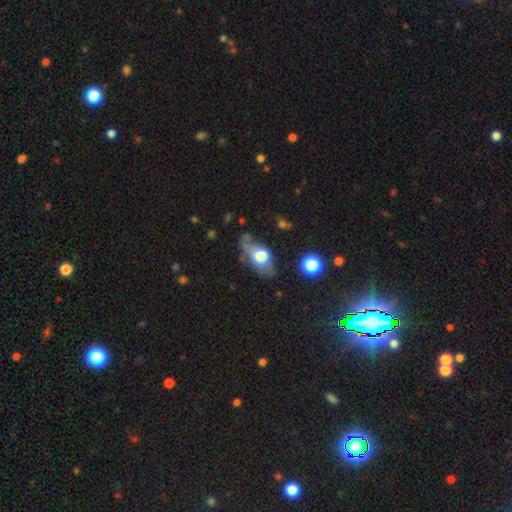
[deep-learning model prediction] Smooth or featured: smooth — 47% (featured or disk — 42%)
Merging: none — 63% (minor disturbance — 24%)